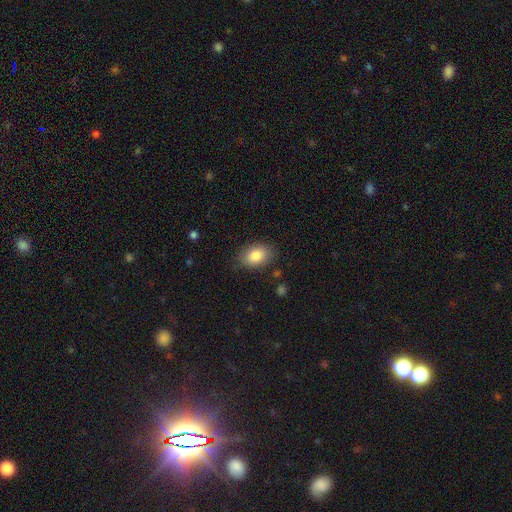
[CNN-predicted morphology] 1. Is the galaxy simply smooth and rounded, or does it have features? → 86% smooth, 7% star or artifact, 7% featured or disk.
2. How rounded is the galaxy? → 85% in between, 14% round, 1% cigar-shaped.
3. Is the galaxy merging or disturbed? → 82% none, 13% minor disturbance, 3% major disturbance, 1% merger.